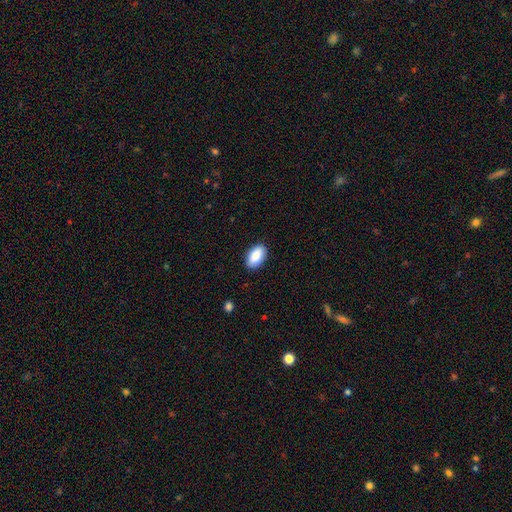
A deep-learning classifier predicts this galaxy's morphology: type=smooth (88%); roundness=in between (94%); merging=none (88%).